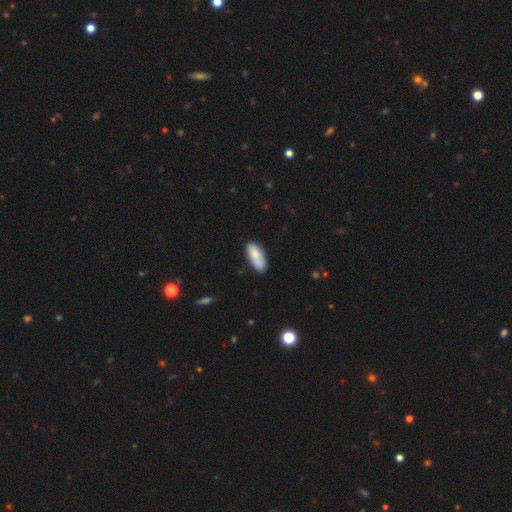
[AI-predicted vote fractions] The model was most divided on "merging": none: 70%, minor disturbance: 20%, merger: 6%, major disturbance: 4%. More confident: how rounded — in between (81%); smooth or featured — smooth (78%).